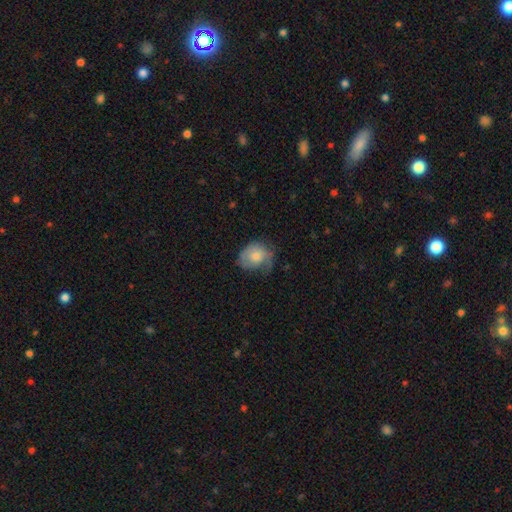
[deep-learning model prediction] This appears to be a smooth galaxy with no disk features (65%) that is round (53%). Merging: none (40%).